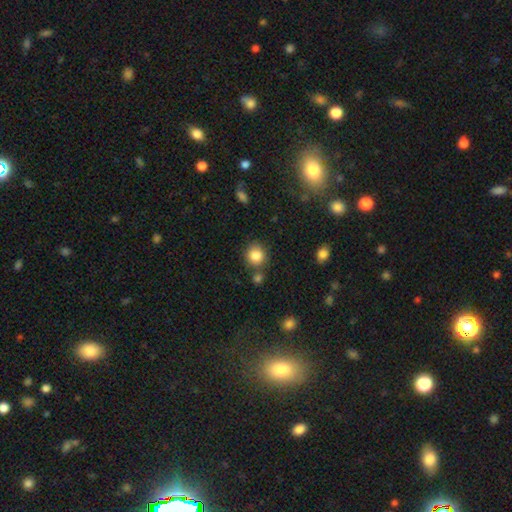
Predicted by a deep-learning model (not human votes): This appears to be a smooth galaxy with no disk features (85%) that is round (86%). Merging: none (74%).